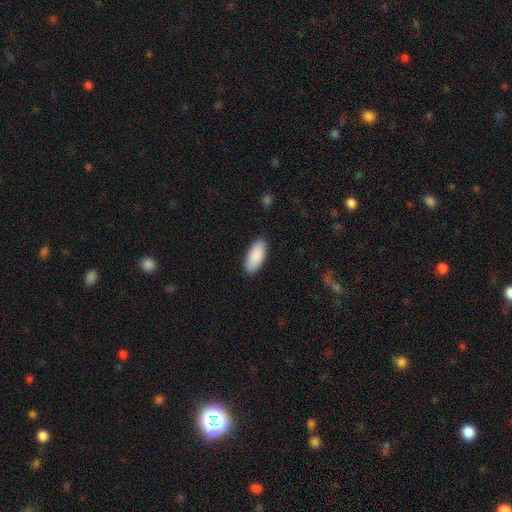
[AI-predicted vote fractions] Smooth or featured? Predicted: smooth (p=0.91). How rounded? Predicted: in between (p=0.86). Merging? Predicted: none (p=0.89).